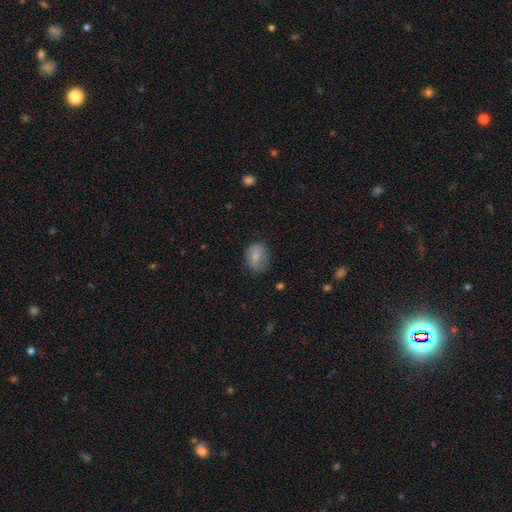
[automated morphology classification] A smooth galaxy with no disk features (80%) that is in between round and cigar-shaped (67%). Merging: none (69%).